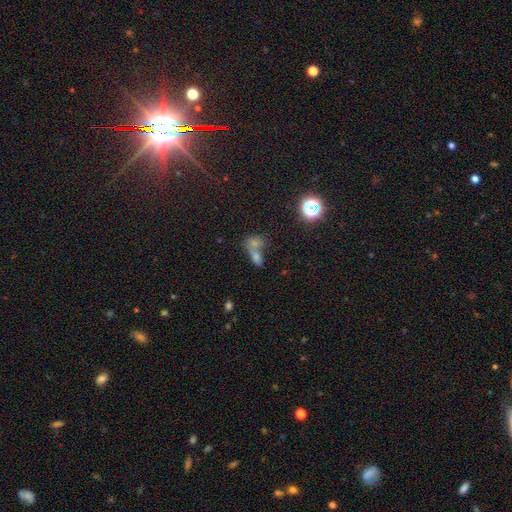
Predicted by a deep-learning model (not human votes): Overall: smooth (56%; star or artifact 27%). How rounded: in between (58%; round 35%). Merging: merger (62%; none 26%).